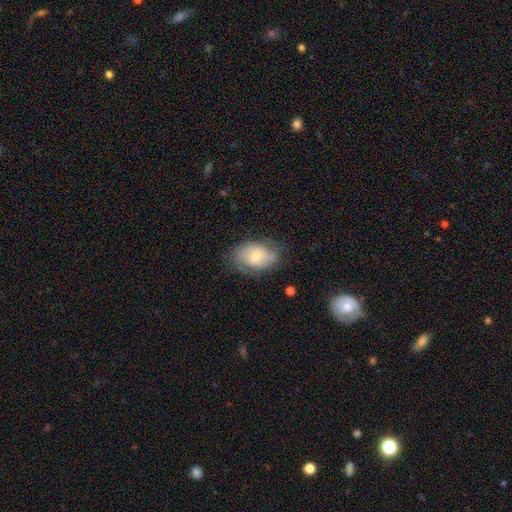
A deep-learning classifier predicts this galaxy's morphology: smooth_or_featured: smooth (p=0.48) [alt: featured or disk p=0.44]
merging: none (p=0.70) [alt: minor disturbance p=0.21]